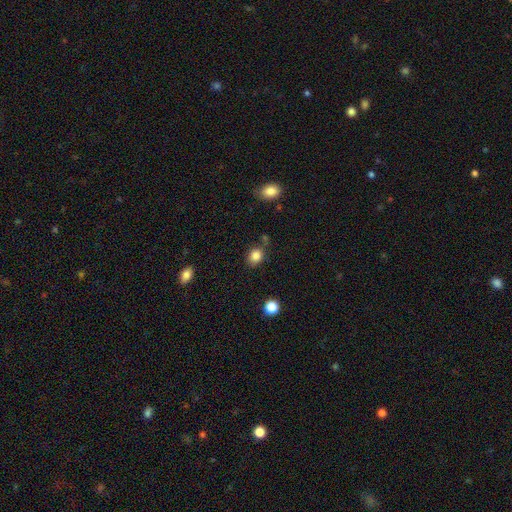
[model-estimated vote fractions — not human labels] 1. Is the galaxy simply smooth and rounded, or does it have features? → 85% smooth, 11% star or artifact, 5% featured or disk.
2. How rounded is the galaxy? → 57% round, 42% in between, 1% cigar-shaped.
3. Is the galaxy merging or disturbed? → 75% none, 15% minor disturbance, 6% merger, 4% major disturbance.